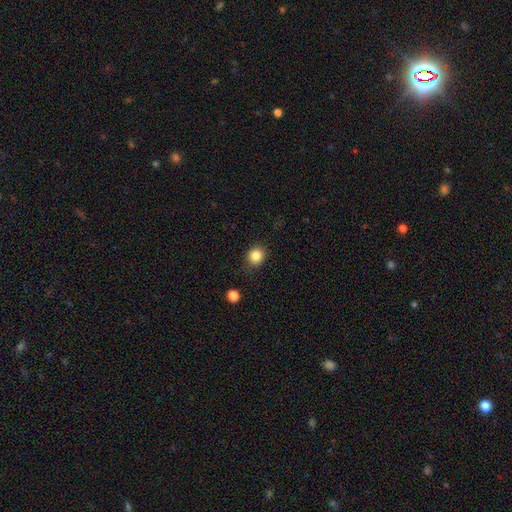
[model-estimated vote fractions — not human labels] This is clearly a smooth galaxy (84%). How rounded: likely round (72%). Merging: clearly none (85%).